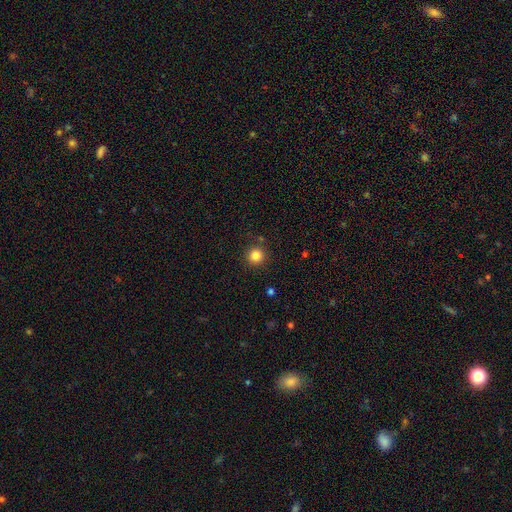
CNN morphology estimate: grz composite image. It shows a smooth galaxy with no disk features (83%) that is round (95%). Merging: none (89%).